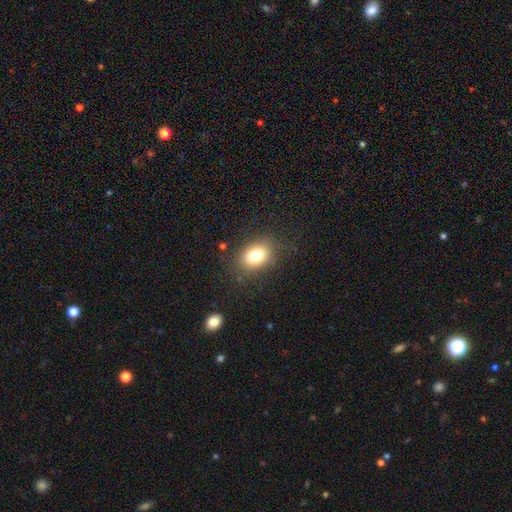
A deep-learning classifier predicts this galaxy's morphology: The model was most divided on "how rounded": in between: 80%, round: 19%, cigar-shaped: 1%. More confident: merging — none (82%); smooth or featured — smooth (81%).